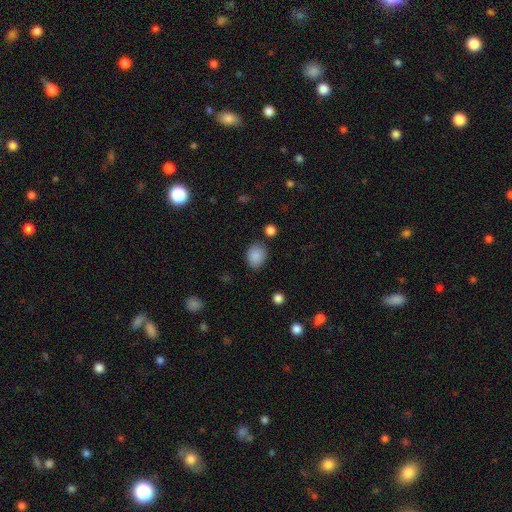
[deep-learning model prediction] Smooth or featured: smooth — 87% (star or artifact — 8%)
How rounded: in between — 52% (round — 47%)
Merging: none — 81% (minor disturbance — 13%)